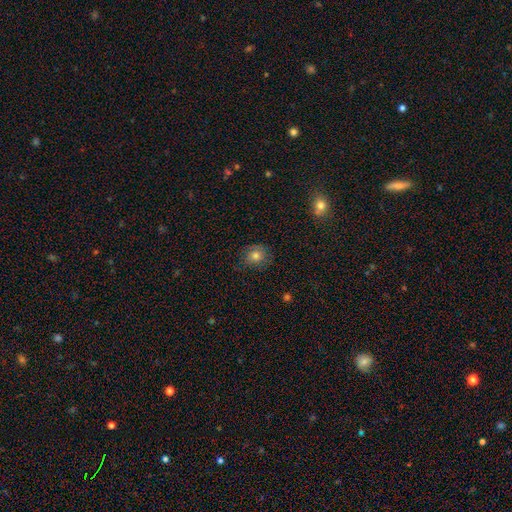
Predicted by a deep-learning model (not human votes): Morphology: type=smooth (74%); roundness=round (78%); merging=none (75%).